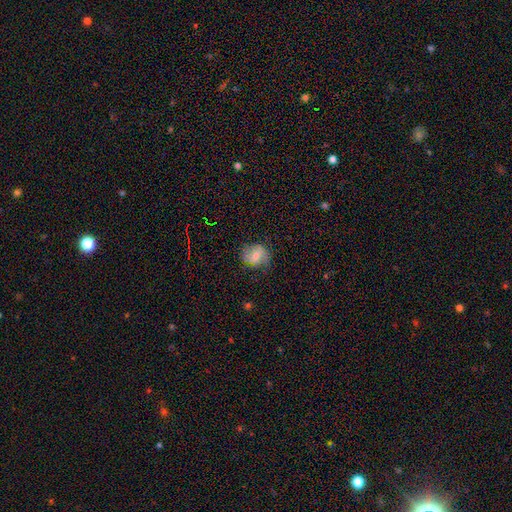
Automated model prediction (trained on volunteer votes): smooth_or_featured: smooth (p=0.60) [alt: featured or disk p=0.31]
how_rounded: round (p=0.69) [alt: in between p=0.30]
merging: none (p=0.70) [alt: minor disturbance p=0.22]